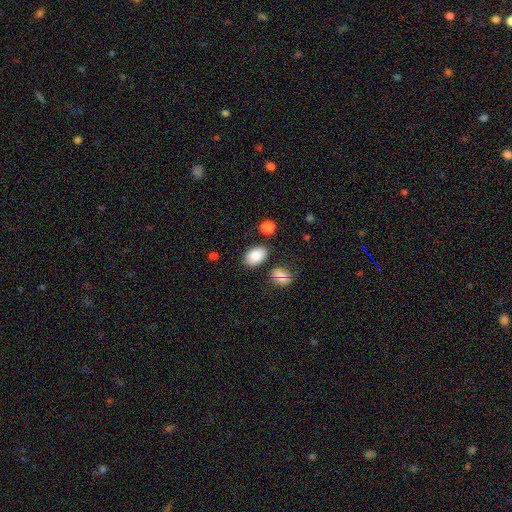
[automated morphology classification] A smooth galaxy with no disk features (85%) that is in between round and cigar-shaped (87%).

Vote fractions:
- Smooth or featured? smooth: 85% / star or artifact: 9% / featured or disk: 6%
- How rounded? in between: 87% / round: 12% / cigar-shaped: 1%
- Merging? none: 79% / minor disturbance: 13% / merger: 5% / major disturbance: 3%